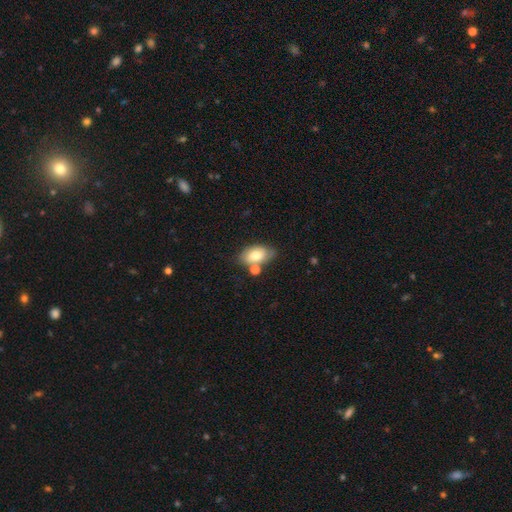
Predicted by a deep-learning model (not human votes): A smooth galaxy with no disk features (73%) that is in between round and cigar-shaped (90%).

Vote fractions:
- Smooth or featured? smooth: 73% / featured or disk: 20% / star or artifact: 8%
- How rounded? in between: 90% / round: 8% / cigar-shaped: 2%
- Merging? none: 59% / merger: 18% / minor disturbance: 17% / major disturbance: 5%